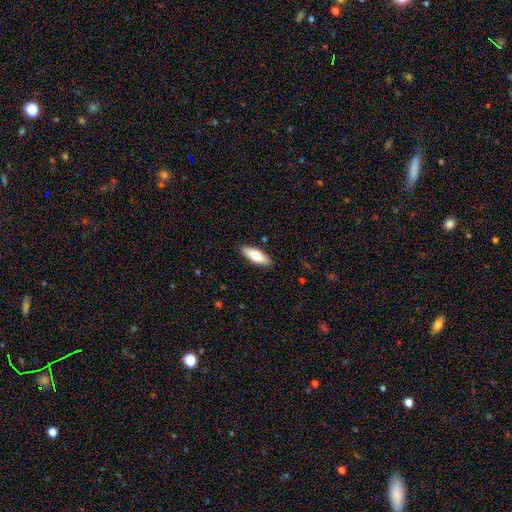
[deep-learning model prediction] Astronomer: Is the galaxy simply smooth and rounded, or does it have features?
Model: smooth — 69%.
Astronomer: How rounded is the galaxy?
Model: in between — 65%.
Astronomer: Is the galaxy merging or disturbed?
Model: none — 89%.